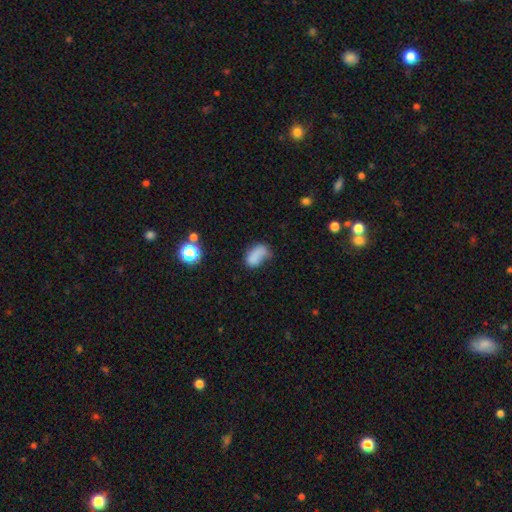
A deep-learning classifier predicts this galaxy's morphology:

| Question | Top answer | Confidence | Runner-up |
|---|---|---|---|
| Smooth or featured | smooth | 76% | star or artifact (13%) |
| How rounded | in between | 88% | round (9%) |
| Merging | none | 41% | minor disturbance (32%) |